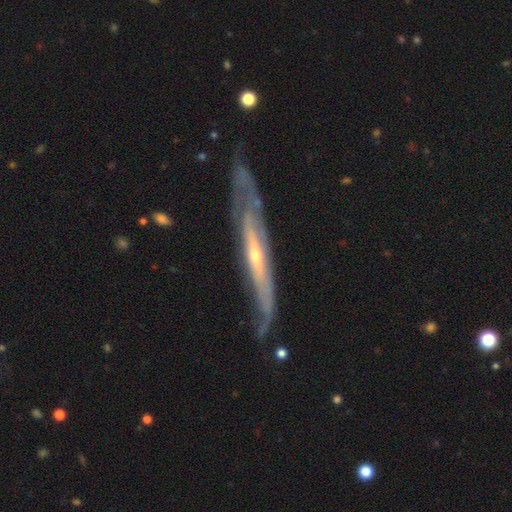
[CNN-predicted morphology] The model was most divided on "edge-on bulge": rounded: 58%, none: 38%, boxy: 4%. More confident: smooth or featured — featured or disk (82%); edge-on disk — yes (62%); merging — none (61%).